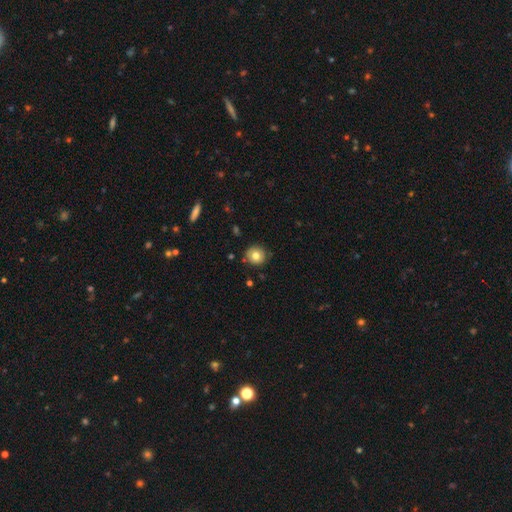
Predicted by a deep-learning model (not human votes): Overall: smooth (76%). How rounded: round (90%). Merging: none (84%).